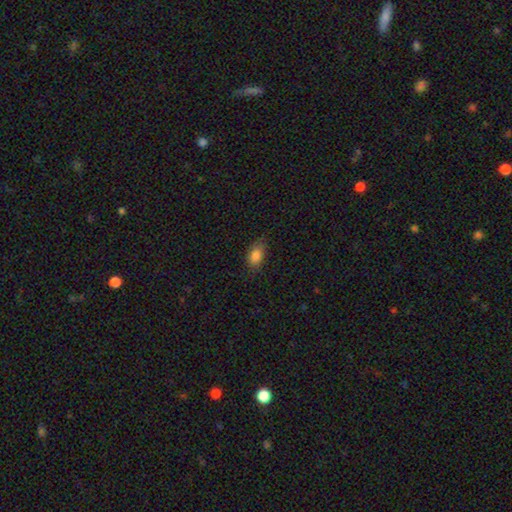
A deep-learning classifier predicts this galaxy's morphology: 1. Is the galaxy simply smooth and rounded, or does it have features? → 84% smooth, 9% star or artifact, 7% featured or disk.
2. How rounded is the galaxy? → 89% in between, 7% round, 4% cigar-shaped.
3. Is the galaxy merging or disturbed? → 72% none, 22% minor disturbance, 5% major disturbance, 1% merger.